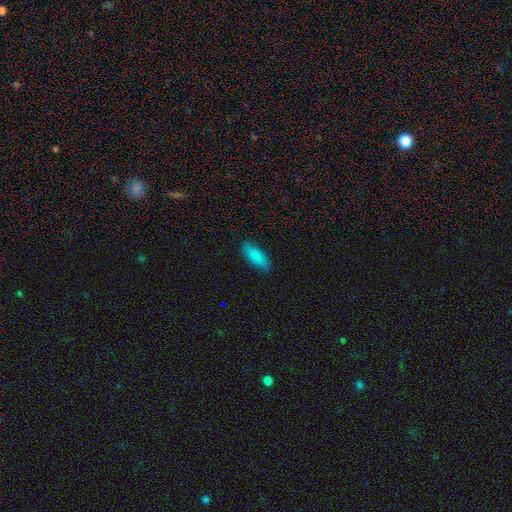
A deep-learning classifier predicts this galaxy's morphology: This appears to be a smooth galaxy with no disk features (85%) that is in between round and cigar-shaped (76%). Merging: none (87%).